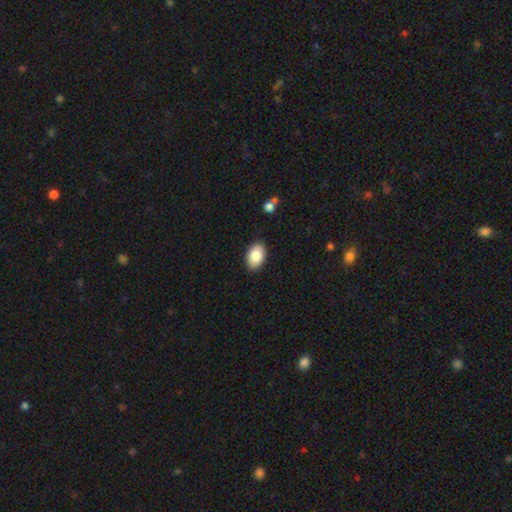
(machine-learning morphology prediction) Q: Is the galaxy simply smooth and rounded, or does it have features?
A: smooth — 86%.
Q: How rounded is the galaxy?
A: in between — 91%.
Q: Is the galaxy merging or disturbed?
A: none — 88%.